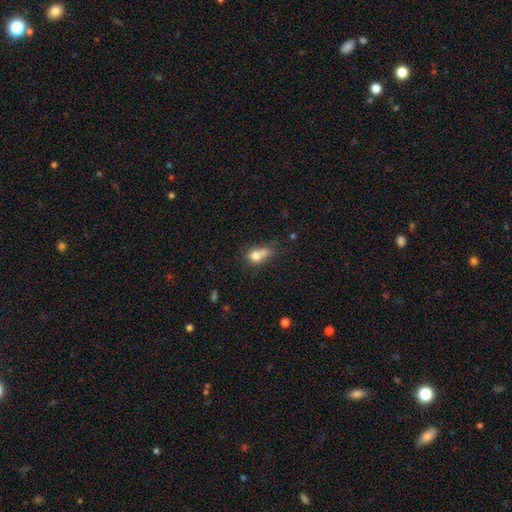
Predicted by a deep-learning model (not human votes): smooth-or-featured: smooth: 73% | featured or disk: 16% | star or artifact: 11%
  how-rounded: round: 61% | in between: 37% | cigar-shaped: 2%
  merging: merger: 53% | none: 27% | minor disturbance: 12% | major disturbance: 7%